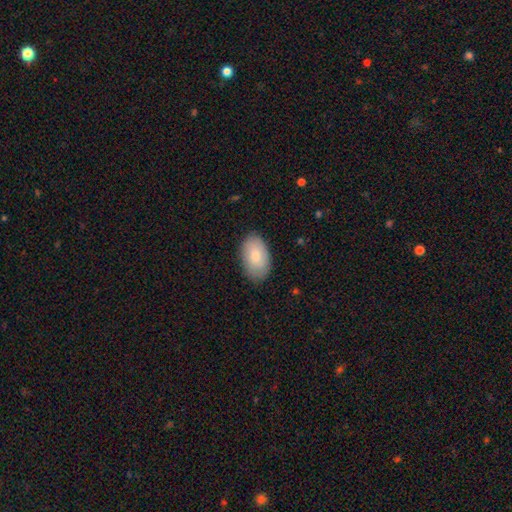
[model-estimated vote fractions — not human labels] Smooth or featured: smooth — 74% (featured or disk — 20%)
How rounded: in between — 93% (round — 6%)
Merging: none — 83% (minor disturbance — 13%)